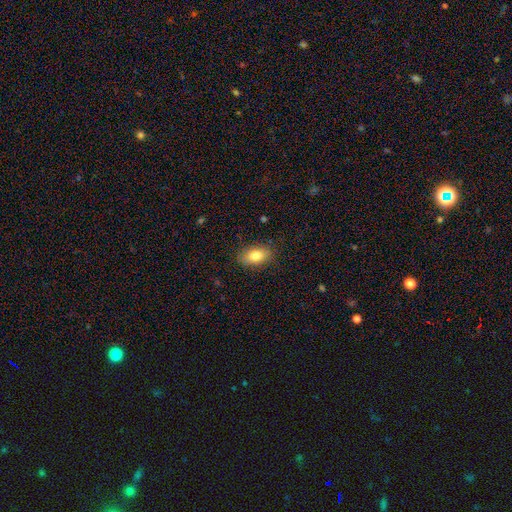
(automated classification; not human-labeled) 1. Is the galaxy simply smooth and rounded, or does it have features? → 80% smooth, 12% featured or disk, 8% star or artifact.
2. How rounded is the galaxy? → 88% in between, 9% round, 3% cigar-shaped.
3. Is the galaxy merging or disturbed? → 85% none, 11% minor disturbance, 3% major disturbance, 1% merger.